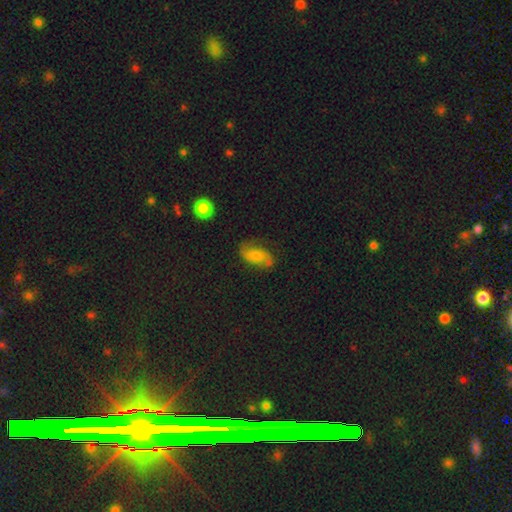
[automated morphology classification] The model was most divided on "smooth or featured": featured or disk: 50%, smooth: 37%, star or artifact: 13%. More confident: merging — none (71%).